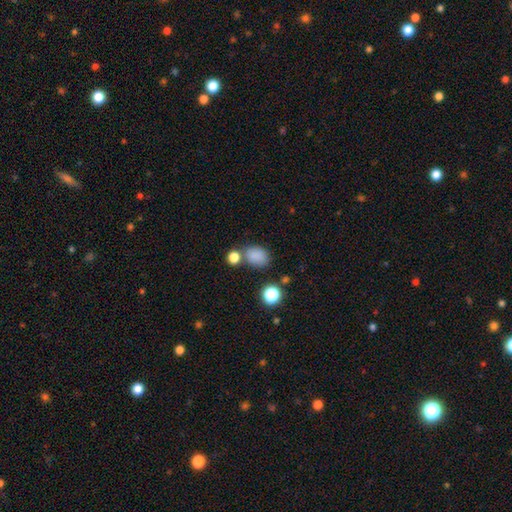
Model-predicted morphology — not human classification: This appears to be a smooth galaxy with no disk features (83%) that is in between round and cigar-shaped (67%). Merging: none (64%).